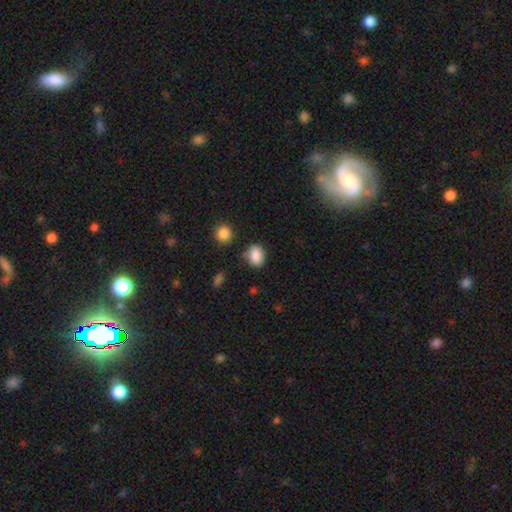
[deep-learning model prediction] A smooth galaxy with no disk features (85%) that is in between round and cigar-shaped (62%).

Vote fractions:
- Smooth or featured? smooth: 85% / star or artifact: 9% / featured or disk: 6%
- How rounded? in between: 62% / round: 37% / cigar-shaped: 1%
- Merging? none: 74% / minor disturbance: 17% / merger: 5% / major disturbance: 4%